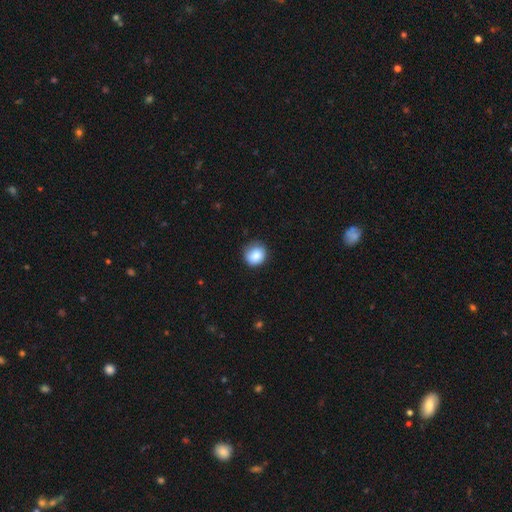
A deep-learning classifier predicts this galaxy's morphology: type=smooth (85%); roundness=round (83%); merging=none (76%).